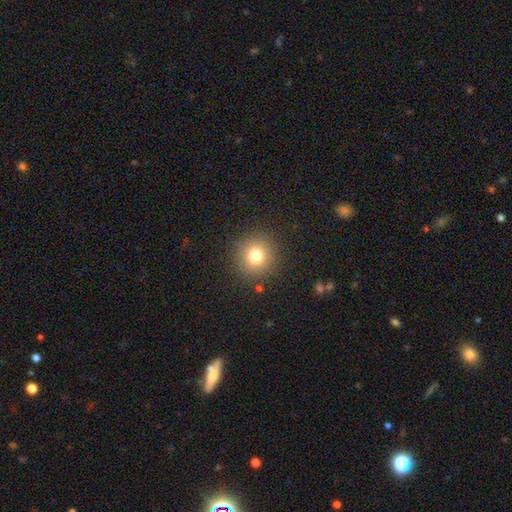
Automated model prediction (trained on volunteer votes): Smooth or featured: smooth — 76% (star or artifact — 14%)
How rounded: round — 92% (in between — 7%)
Merging: none — 88% (minor disturbance — 7%)